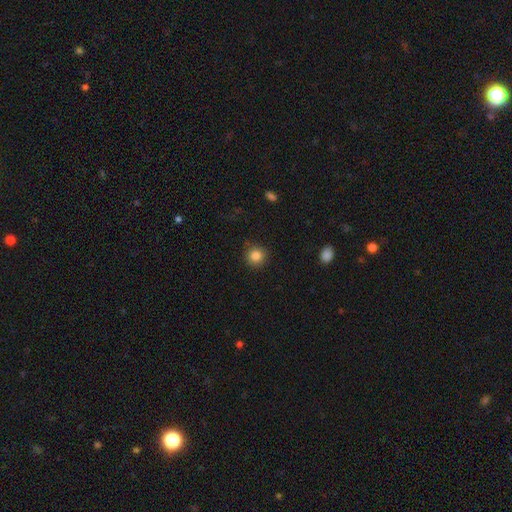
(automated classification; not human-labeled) smooth_or_featured: smooth (p=0.85) [alt: star or artifact p=0.11]
how_rounded: round (p=0.93) [alt: in between p=0.06]
merging: none (p=0.89) [alt: minor disturbance p=0.07]